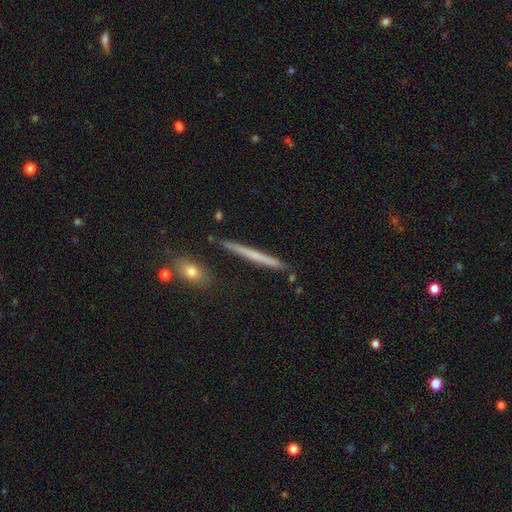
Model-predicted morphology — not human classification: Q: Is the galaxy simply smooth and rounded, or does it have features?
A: featured or disk — 47%.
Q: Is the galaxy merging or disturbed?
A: none — 88%.